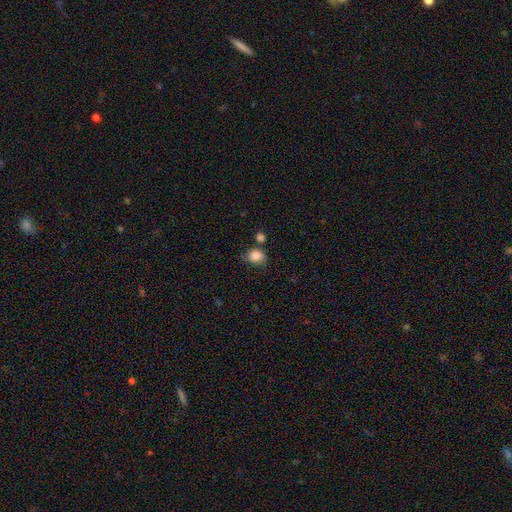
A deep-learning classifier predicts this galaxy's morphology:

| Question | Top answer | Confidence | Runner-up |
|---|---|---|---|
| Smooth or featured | smooth | 85% | star or artifact (9%) |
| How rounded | round | 65% | in between (34%) |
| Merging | none | 64% | minor disturbance (21%) |